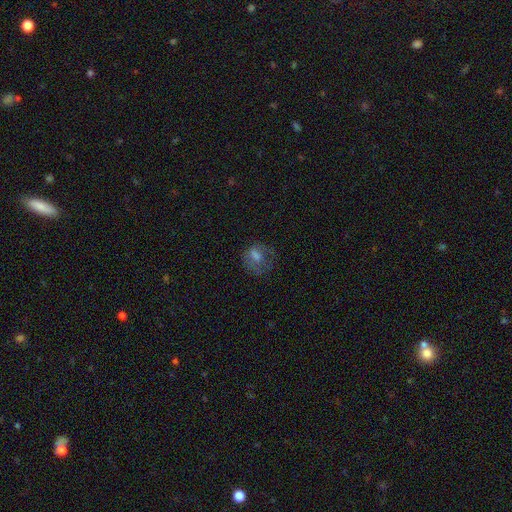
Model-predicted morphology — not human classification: Q: Smooth or featured?
A: smooth (51%); runner-up: featured or disk (31%)
Q: How rounded?
A: round (62%); runner-up: in between (36%)
Q: Merging?
A: none (55%); runner-up: major disturbance (22%)